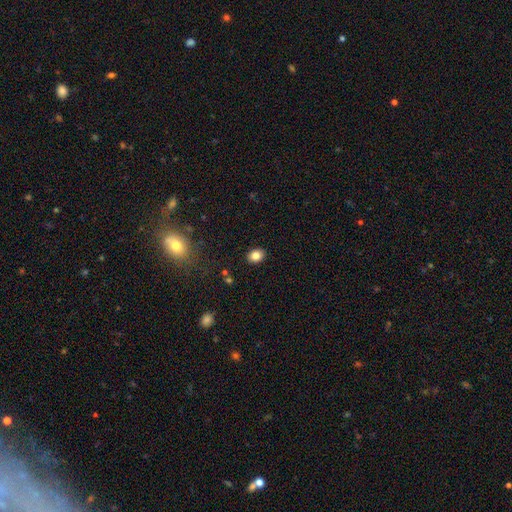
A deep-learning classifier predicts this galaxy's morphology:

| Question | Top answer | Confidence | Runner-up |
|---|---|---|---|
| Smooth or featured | smooth | 83% | star or artifact (10%) |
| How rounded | in between | 55% | round (44%) |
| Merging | none | 89% | minor disturbance (7%) |